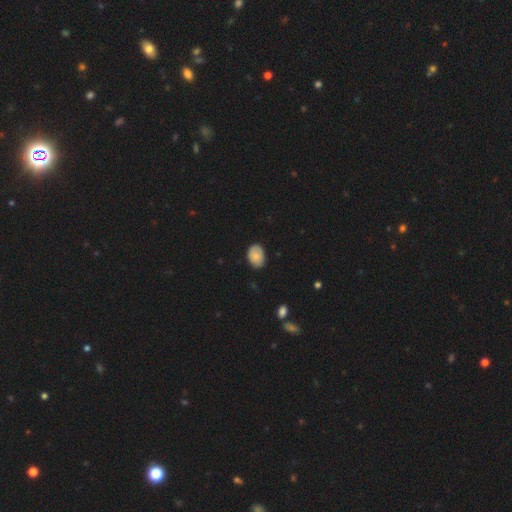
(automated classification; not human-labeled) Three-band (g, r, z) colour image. It shows a smooth galaxy with no disk features (83%) that is in between round and cigar-shaped (74%). Merging: none (80%).